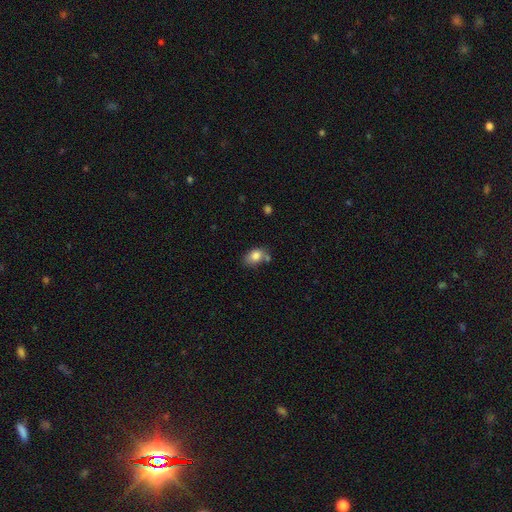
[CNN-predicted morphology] The model was most divided on "merging": none: 53%, minor disturbance: 22%, merger: 18%, major disturbance: 7%. More confident: smooth or featured — smooth (81%); how rounded — in between (80%).